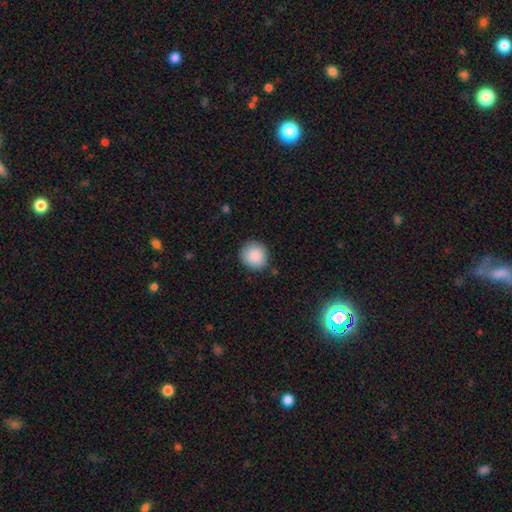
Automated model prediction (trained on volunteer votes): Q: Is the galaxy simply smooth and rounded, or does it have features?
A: smooth — 89%.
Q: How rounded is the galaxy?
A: round — 90%.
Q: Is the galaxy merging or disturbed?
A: none — 87%.